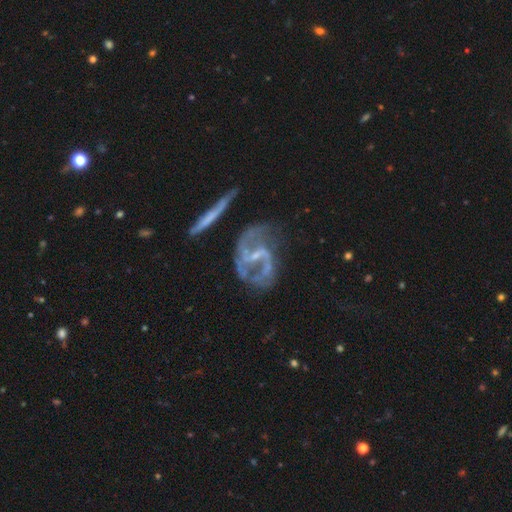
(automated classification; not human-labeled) A featured or disk galaxy (87%) with a weak bar (46%), 2 (82%) loose (47%) spiral arms (89%) and a small central bulge (60%). Merging: none (46%).